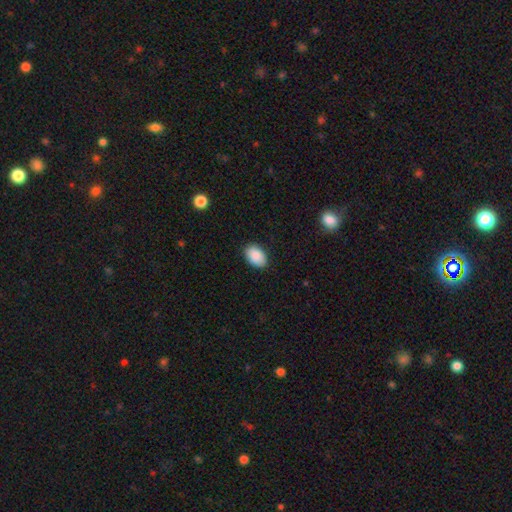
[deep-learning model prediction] Smooth or featured? smooth (90%)
How rounded? in between (89%)
Merging? none (87%)